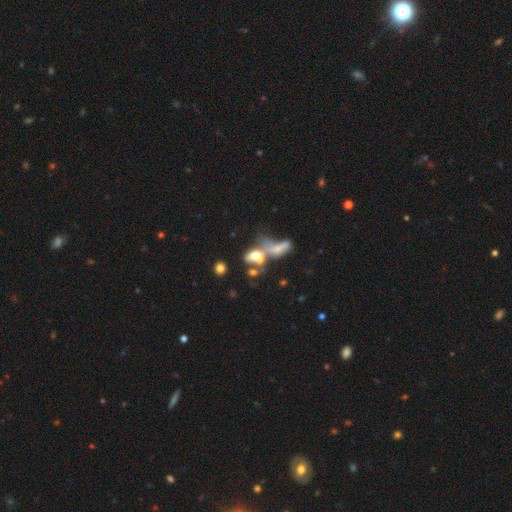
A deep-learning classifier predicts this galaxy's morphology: Overall: smooth (55%; featured or disk 31%). How rounded: in between (77%). Merging: merger (59%).